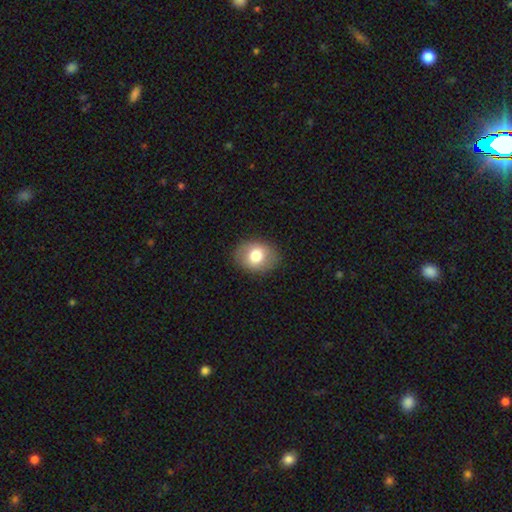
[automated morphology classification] A smooth galaxy with no disk features (77%) that is in between round and cigar-shaped (58%). Merging: none (86%).